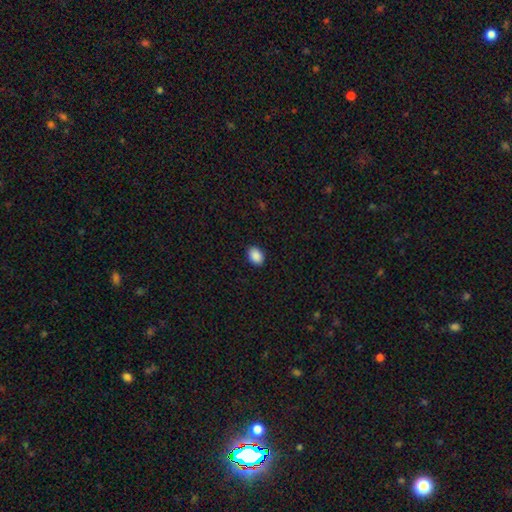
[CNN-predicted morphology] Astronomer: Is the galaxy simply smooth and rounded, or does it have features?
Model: smooth — 90%.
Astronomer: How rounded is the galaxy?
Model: in between — 81%.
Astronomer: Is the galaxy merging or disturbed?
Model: none — 90%.